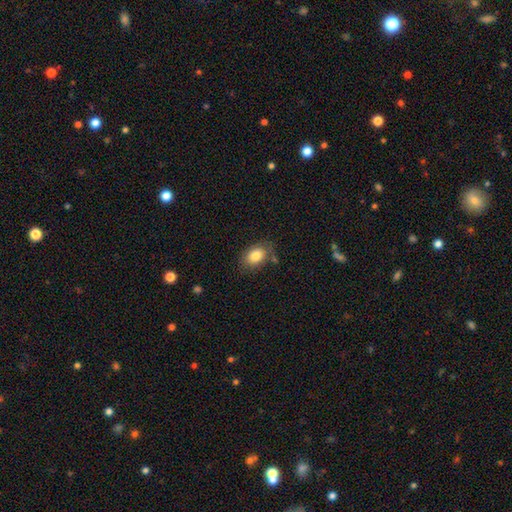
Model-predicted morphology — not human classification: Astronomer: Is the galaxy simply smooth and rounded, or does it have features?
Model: smooth — 83%.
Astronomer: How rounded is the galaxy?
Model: in between — 80%.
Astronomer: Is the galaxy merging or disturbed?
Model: none — 72%.